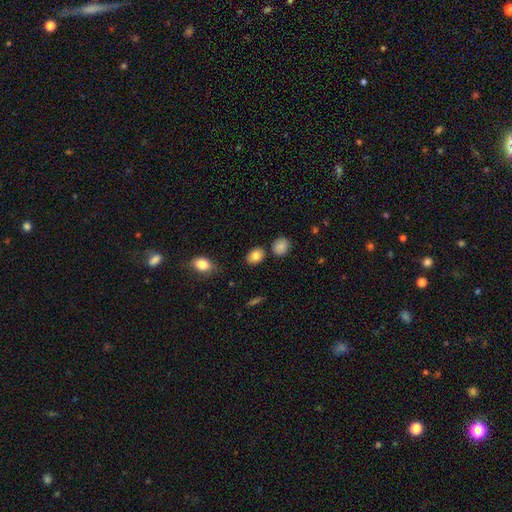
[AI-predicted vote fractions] Smooth or featured: smooth — 84% (star or artifact — 9%)
How rounded: in between — 65% (round — 33%)
Merging: none — 80% (minor disturbance — 12%)